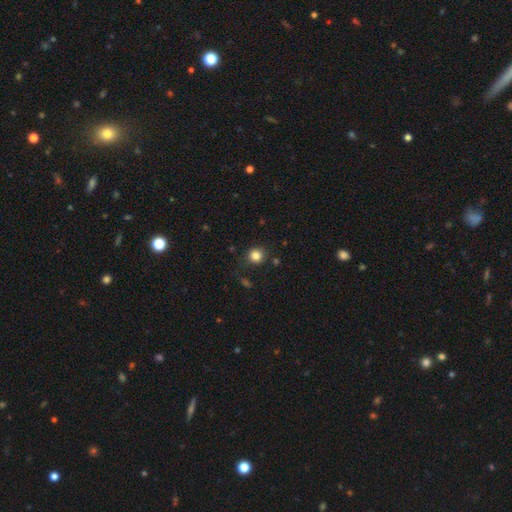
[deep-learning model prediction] Overall: smooth (83%). How rounded: round (87%). Merging: none (84%).